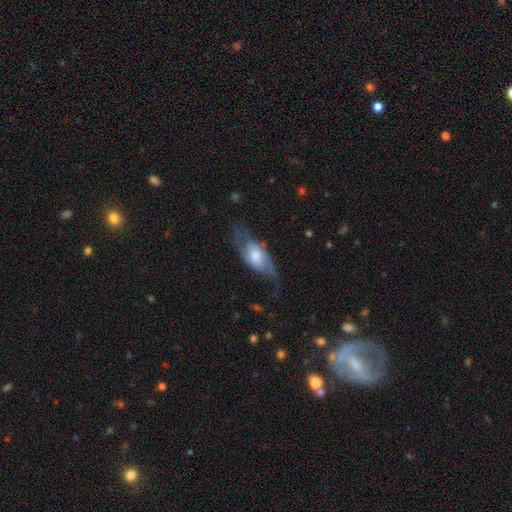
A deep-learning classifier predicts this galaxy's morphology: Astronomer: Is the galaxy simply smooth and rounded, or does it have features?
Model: featured or disk — 64%.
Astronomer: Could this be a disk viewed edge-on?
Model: no — 86%.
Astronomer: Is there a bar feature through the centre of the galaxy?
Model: no — 50% (runner-up: weak, 38%).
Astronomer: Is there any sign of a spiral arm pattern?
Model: yes — 83%.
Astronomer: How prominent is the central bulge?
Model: moderate — 44% (runner-up: large, 26%).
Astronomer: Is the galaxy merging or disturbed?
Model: none — 53%.